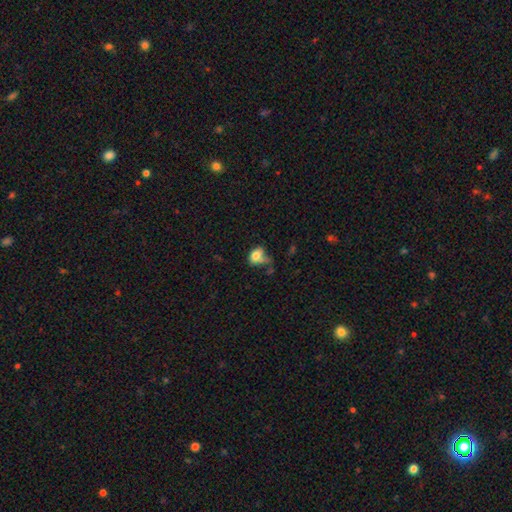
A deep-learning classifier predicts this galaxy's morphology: Smooth or featured? smooth (74%)
How rounded? in between (64%)
Merging? none (31%)